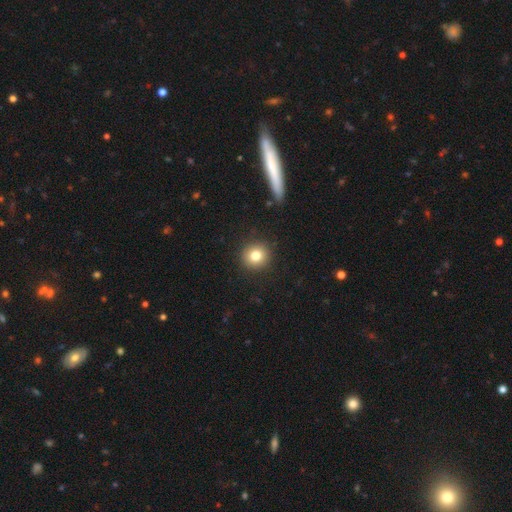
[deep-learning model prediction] This is clearly a smooth galaxy (80%). How rounded: clearly round (90%). Merging: clearly none (90%).